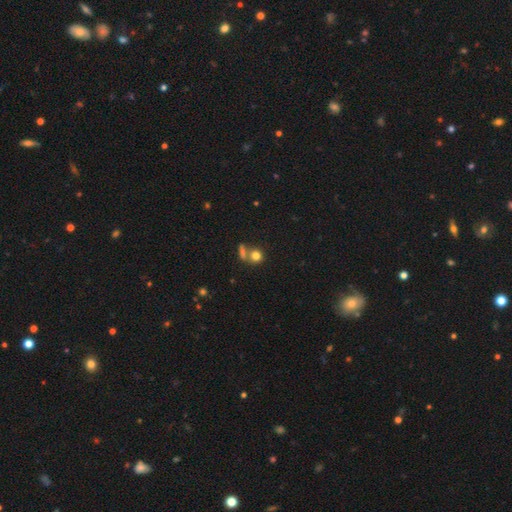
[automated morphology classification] A smooth galaxy with no disk features (79%) that is round (85%).

Vote fractions:
- Smooth or featured? smooth: 79% / star or artifact: 13% / featured or disk: 9%
- How rounded? round: 85% / in between: 13% / cigar-shaped: 2%
- Merging? none: 56% / merger: 31% / minor disturbance: 9% / major disturbance: 4%